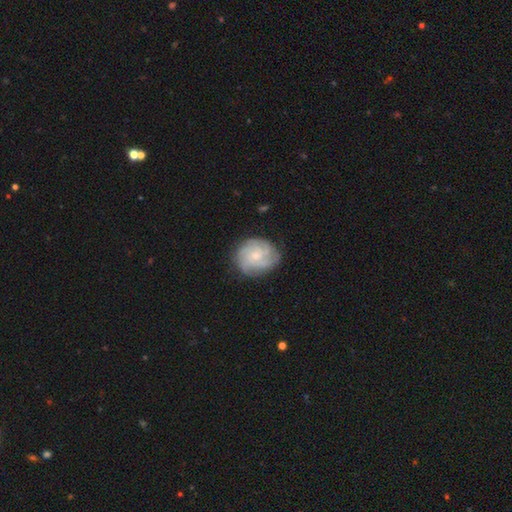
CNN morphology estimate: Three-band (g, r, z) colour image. It shows a featured or disk galaxy (73%) with no bar (76%), tight (67%) spiral arms (94%) and a small central bulge (66%). Merging: none (78%).